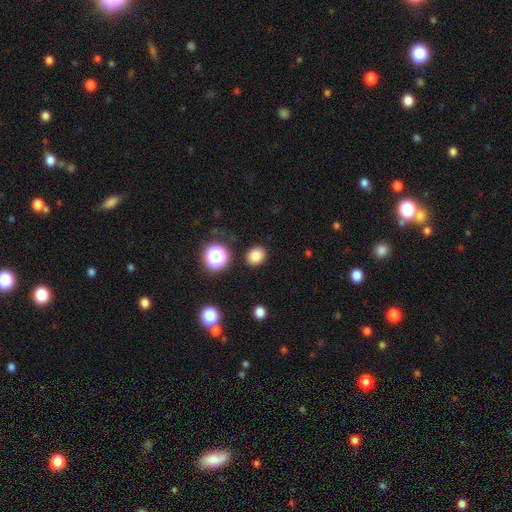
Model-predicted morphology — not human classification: Q: Smooth or featured?
A: smooth (82%); runner-up: star or artifact (13%)
Q: How rounded?
A: round (63%); runner-up: in between (36%)
Q: Merging?
A: none (88%); runner-up: minor disturbance (8%)